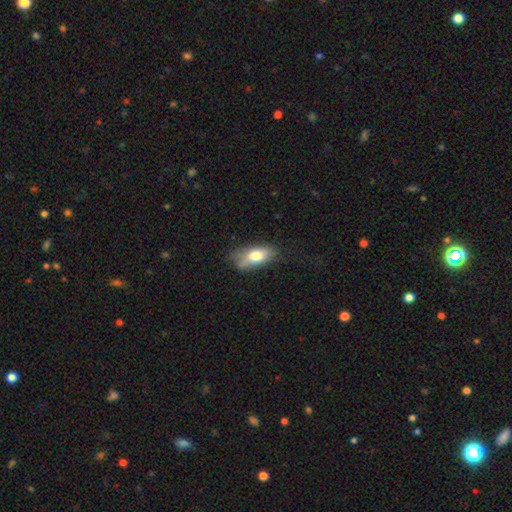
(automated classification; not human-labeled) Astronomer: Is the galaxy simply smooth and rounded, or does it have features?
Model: smooth — 71%.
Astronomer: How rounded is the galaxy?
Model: in between — 86%.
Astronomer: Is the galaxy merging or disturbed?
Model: none — 56%.